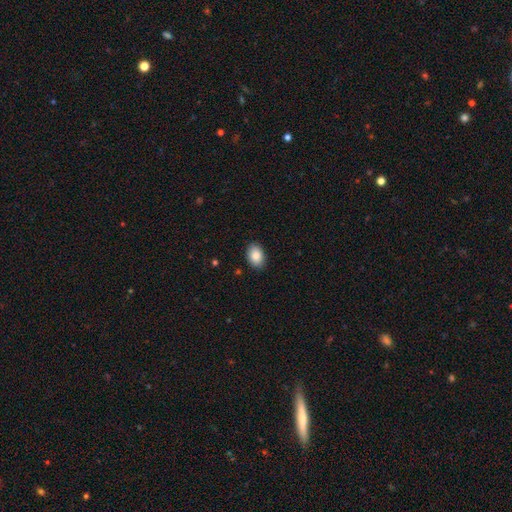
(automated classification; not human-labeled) The model was most divided on "how rounded": in between: 85%, round: 13%, cigar-shaped: 1%. More confident: merging — none (88%); smooth or featured — smooth (87%).